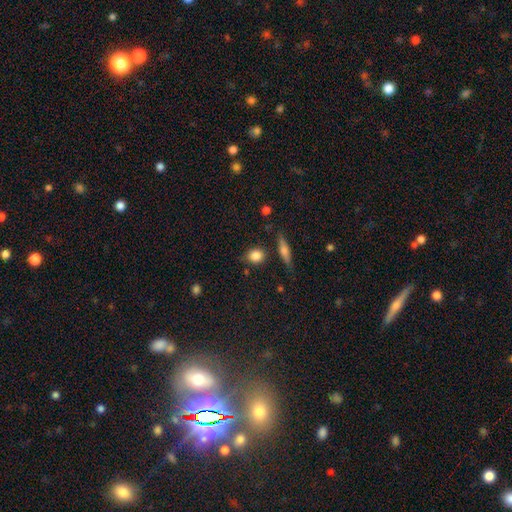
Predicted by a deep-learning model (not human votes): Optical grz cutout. It shows a smooth galaxy with no disk features (83%) that is round (65%). Merging: none (77%).